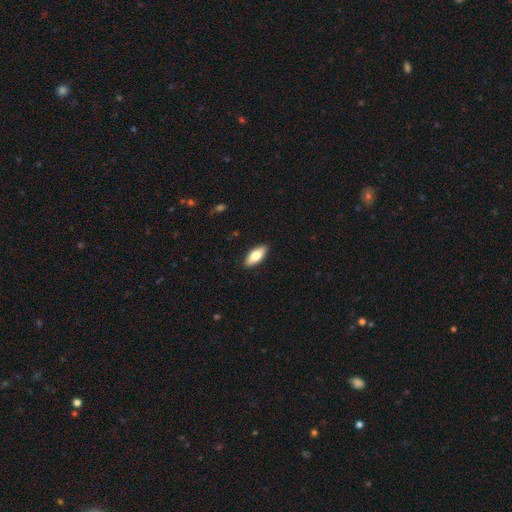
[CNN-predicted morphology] smooth 75%, featured or disk 19%, star or artifact 6%. Down the decision tree: how rounded — in between (80%); merging — none (90%).